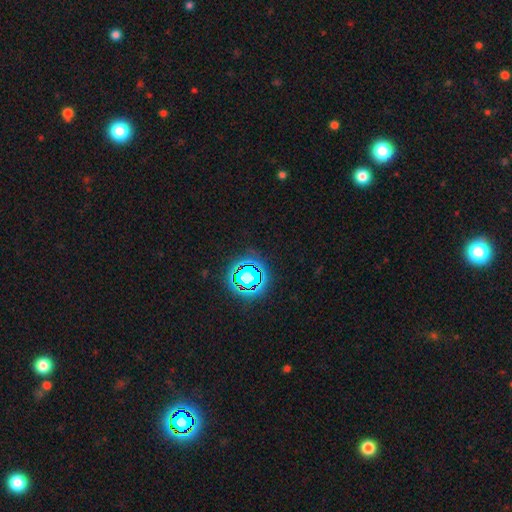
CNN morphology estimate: Smooth or featured?
  - star or artifact: 77% *
  - smooth: 15%
  - featured or disk: 8%